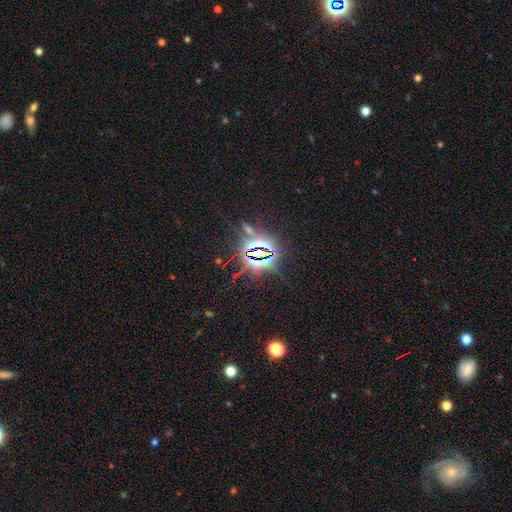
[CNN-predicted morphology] star or artifact 82%, smooth 10%, featured or disk 7%.